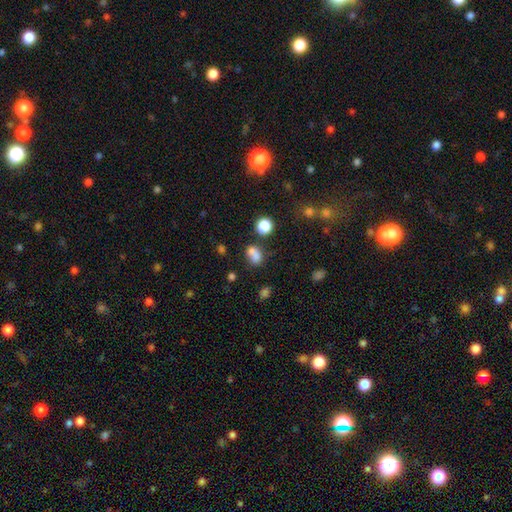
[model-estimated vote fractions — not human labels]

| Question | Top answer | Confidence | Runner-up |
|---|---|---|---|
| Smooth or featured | smooth | 74% | star or artifact (15%) |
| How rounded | in between | 59% | round (39%) |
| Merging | none | 40% | merger (38%) |